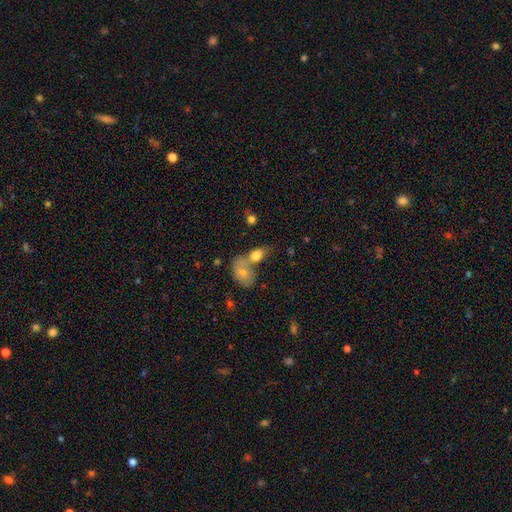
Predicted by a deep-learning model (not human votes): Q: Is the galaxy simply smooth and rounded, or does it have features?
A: smooth — 78%.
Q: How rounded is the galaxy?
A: in between — 84%.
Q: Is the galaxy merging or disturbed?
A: merger — 50%.